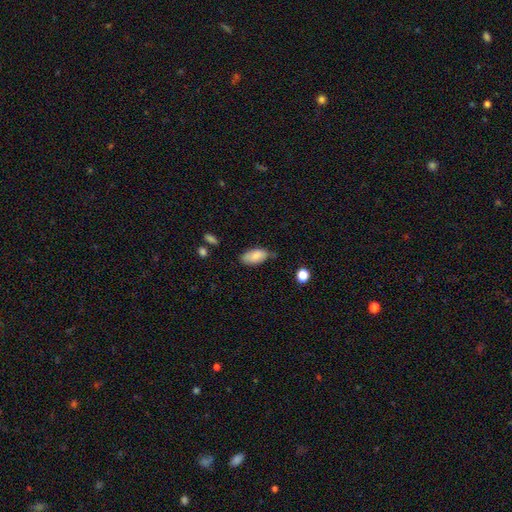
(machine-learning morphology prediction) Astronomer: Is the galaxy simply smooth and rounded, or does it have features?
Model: smooth — 82%.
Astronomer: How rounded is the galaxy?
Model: in between — 93%.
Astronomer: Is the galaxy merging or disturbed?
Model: none — 64%.